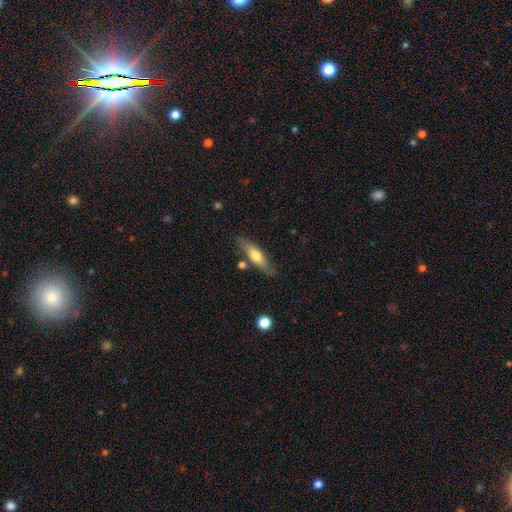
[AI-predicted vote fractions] A smooth galaxy with no disk features (60%) that is cigar-shaped (58%).

Vote fractions:
- Smooth or featured? smooth: 60% / featured or disk: 34% / star or artifact: 6%
- How rounded? cigar-shaped: 58% / in between: 39% / round: 2%
- Merging? none: 76% / minor disturbance: 15% / merger: 6% / major disturbance: 3%